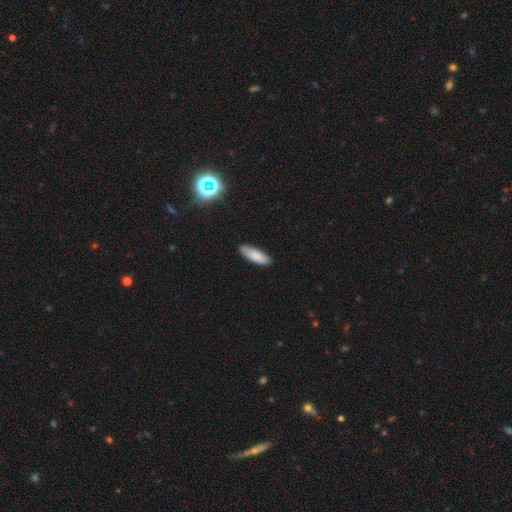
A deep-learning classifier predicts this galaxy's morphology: A smooth galaxy with no disk features (85%) that is in between round and cigar-shaped (54%). Merging: none (86%).